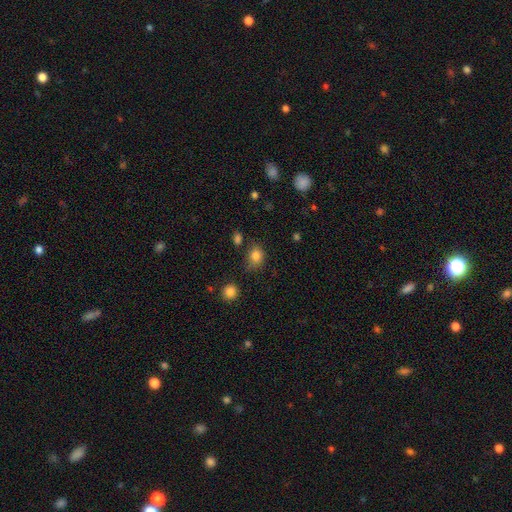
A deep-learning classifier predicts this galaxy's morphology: Smooth or featured?
  - smooth: 82% *
  - star or artifact: 12%
  - featured or disk: 6%
How rounded?
  - round: 54% *
  - in between: 45%
  - cigar-shaped: 1%
Merging?
  - none: 70% *
  - minor disturbance: 21%
  - major disturbance: 5%
  - merger: 4%